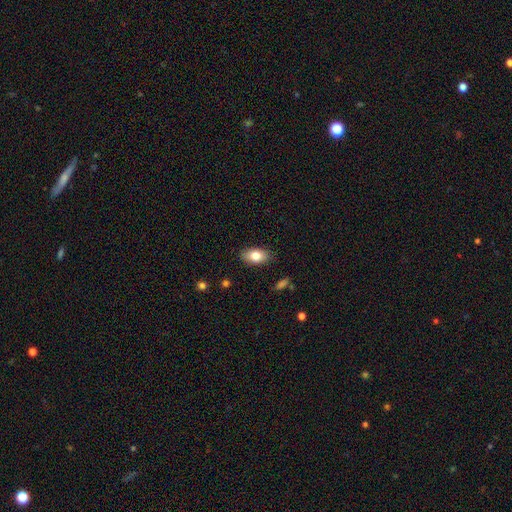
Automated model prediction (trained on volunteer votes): smooth 81%, featured or disk 12%, star or artifact 7%. Down the decision tree: how rounded — in between (90%); merging — none (86%).